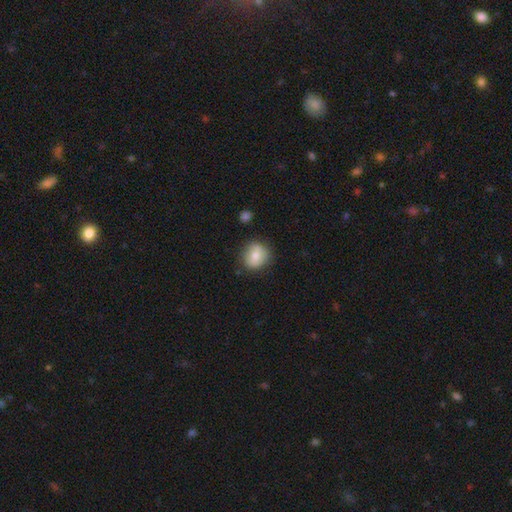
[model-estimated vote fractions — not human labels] Morphology: type=smooth (74%); roundness=round (78%); merging=none (79%).